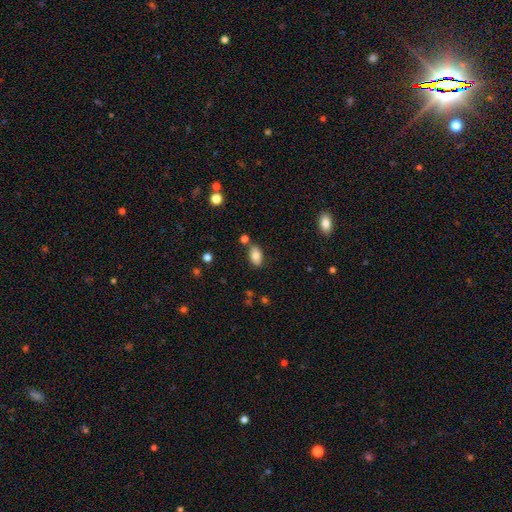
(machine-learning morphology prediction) smooth_or_featured: smooth (p=0.80) [alt: featured or disk p=0.11]
how_rounded: in between (p=0.91) [alt: round p=0.06]
merging: none (p=0.73) [alt: minor disturbance p=0.14]